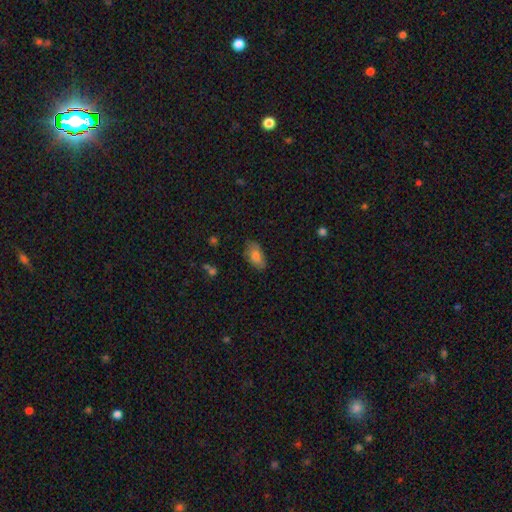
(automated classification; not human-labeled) smooth_or_featured: smooth (p=0.79) [alt: featured or disk p=0.13]
how_rounded: in between (p=0.91) [alt: cigar-shaped p=0.05]
merging: none (p=0.74) [alt: minor disturbance p=0.20]